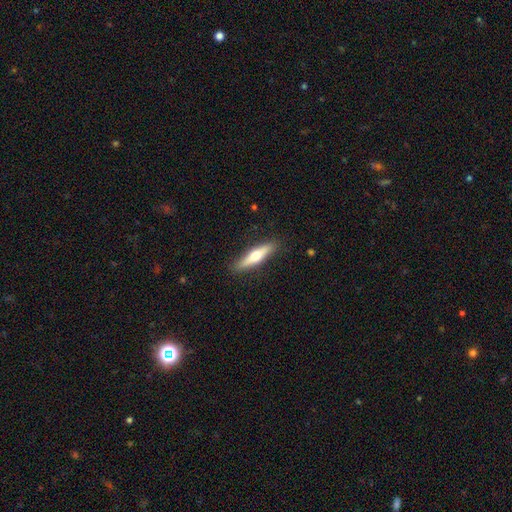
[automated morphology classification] Smooth or featured? smooth (49%)
Merging? none (89%)